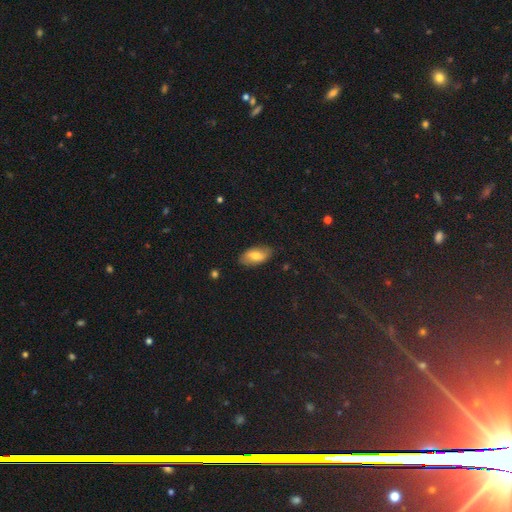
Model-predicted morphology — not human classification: type=smooth (67%); roundness=in between (92%); merging=none (83%).